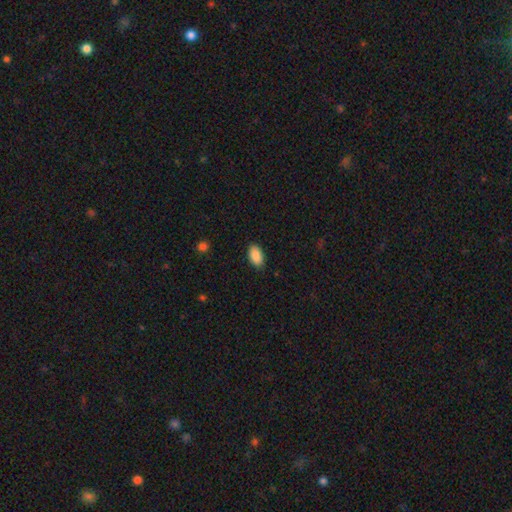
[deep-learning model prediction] Smooth or featured?
  - smooth: 90% *
  - star or artifact: 7%
  - featured or disk: 3%
How rounded?
  - in between: 94% *
  - round: 4%
  - cigar-shaped: 2%
Merging?
  - none: 87% *
  - minor disturbance: 10%
  - major disturbance: 2%
  - merger: 1%